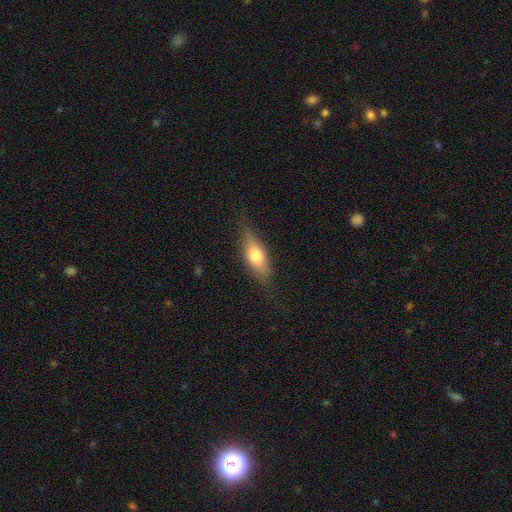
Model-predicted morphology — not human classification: A smooth galaxy with no disk features (66%) that is in between round and cigar-shaped (69%). Merging: none (76%).